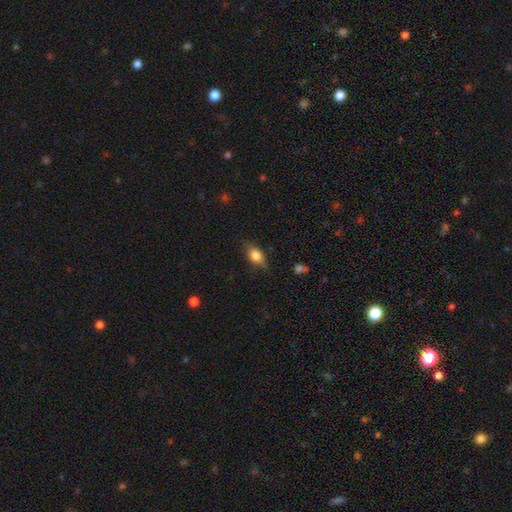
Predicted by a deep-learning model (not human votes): Smooth or featured?
  - smooth: 69% *
  - featured or disk: 22%
  - star or artifact: 9%
How rounded?
  - in between: 74% *
  - round: 16%
  - cigar-shaped: 10%
Merging?
  - none: 75% *
  - minor disturbance: 19%
  - major disturbance: 5%
  - merger: 1%